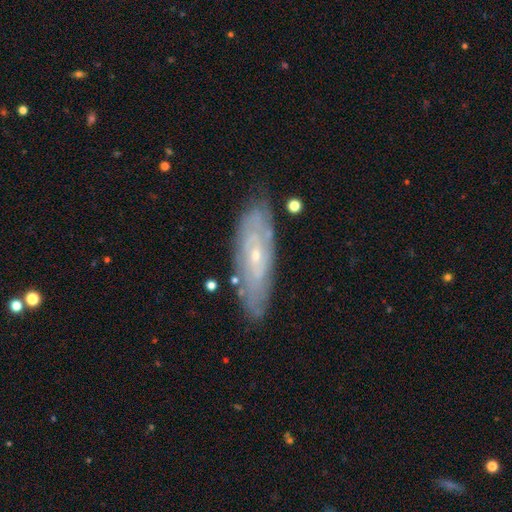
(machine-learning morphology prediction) Smooth or featured?
  - featured or disk: 74% *
  - smooth: 20%
  - star or artifact: 7%
Edge-on disk?
  - no: 78% *
  - yes: 22%
Bar?
  - no: 70% *
  - weak: 24%
  - strong: 6%
Spiral arms?
  - yes: 78% *
  - no: 22%
Bulge size?
  - small: 78% *
  - moderate: 19%
  - none: 1%
  - large: 1%
  - dominant: 1%
Merging?
  - none: 80% *
  - minor disturbance: 15%
  - major disturbance: 3%
  - merger: 2%